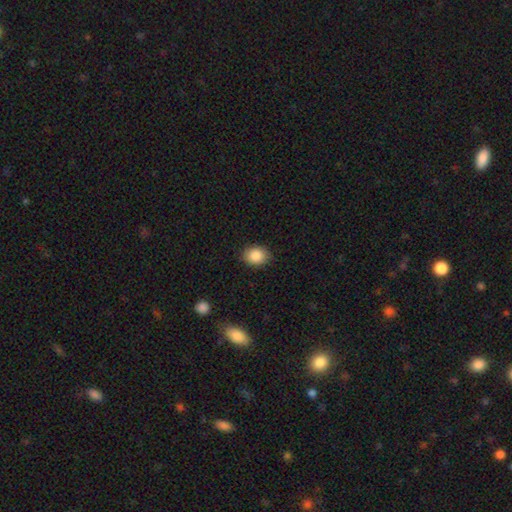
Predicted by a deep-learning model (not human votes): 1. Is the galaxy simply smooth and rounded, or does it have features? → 86% smooth, 9% star or artifact, 5% featured or disk.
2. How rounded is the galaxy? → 52% in between, 47% round, 1% cigar-shaped.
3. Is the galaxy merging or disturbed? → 87% none, 9% minor disturbance, 2% major disturbance, 1% merger.